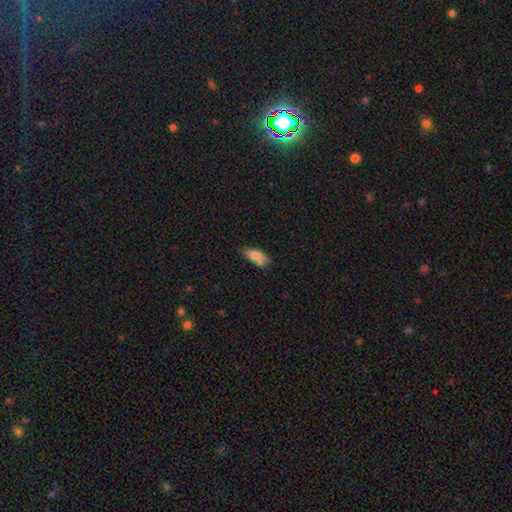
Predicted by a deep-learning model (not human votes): Smooth or featured? smooth (71%)
How rounded? in between (73%)
Merging? none (56%)